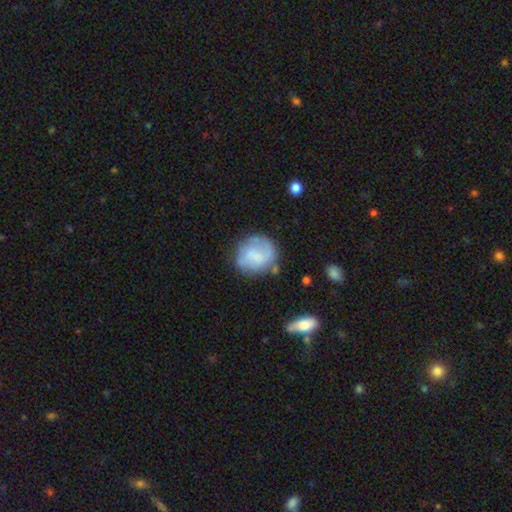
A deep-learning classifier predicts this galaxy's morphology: Smooth or featured?
  - smooth: 51% *
  - featured or disk: 41%
  - star or artifact: 8%
How rounded?
  - round: 78% *
  - in between: 20%
  - cigar-shaped: 1%
Merging?
  - none: 60% *
  - minor disturbance: 23%
  - major disturbance: 12%
  - merger: 5%